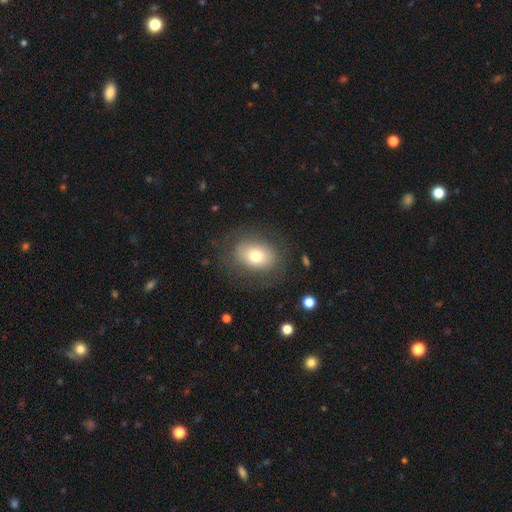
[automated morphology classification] Q: Smooth or featured?
A: smooth (70%); runner-up: featured or disk (20%)
Q: How rounded?
A: in between (63%); runner-up: round (37%)
Q: Merging?
A: none (75%); runner-up: minor disturbance (15%)